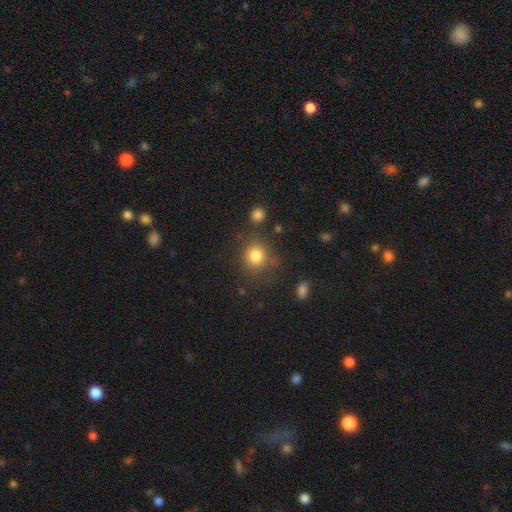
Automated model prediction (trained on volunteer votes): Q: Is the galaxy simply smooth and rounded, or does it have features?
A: smooth — 82%.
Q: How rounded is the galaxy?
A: round — 82%.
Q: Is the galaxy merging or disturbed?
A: none — 76%.